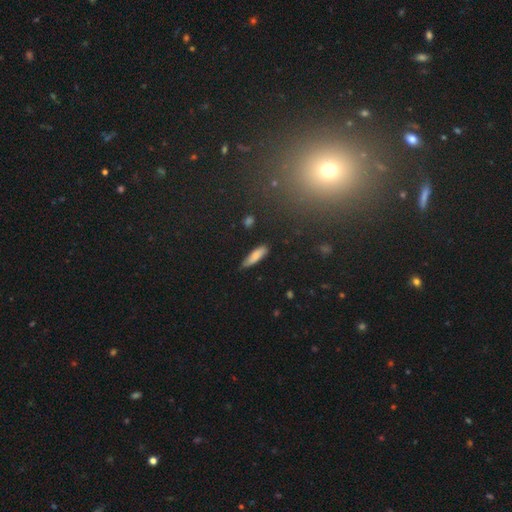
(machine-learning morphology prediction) Q: Smooth or featured?
A: smooth (78%); runner-up: featured or disk (15%)
Q: How rounded?
A: cigar-shaped (67%); runner-up: in between (31%)
Q: Merging?
A: none (78%); runner-up: minor disturbance (18%)